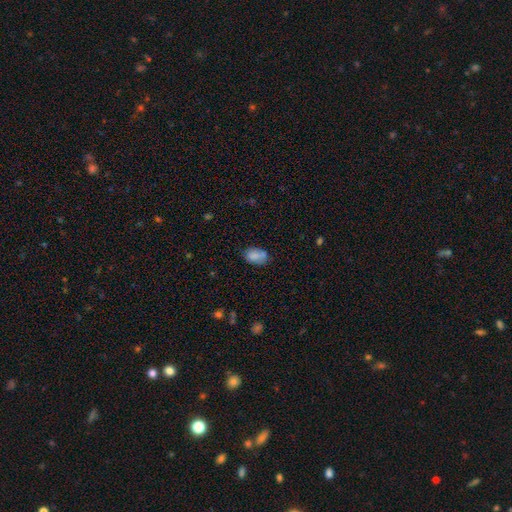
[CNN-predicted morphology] This is likely a smooth galaxy (78%). How rounded: clearly in between (86%). Merging: likely none (61%).